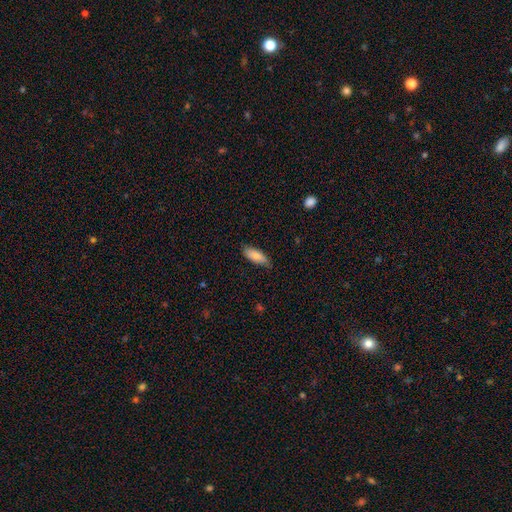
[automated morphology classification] A smooth galaxy with no disk features (82%) that is in between round and cigar-shaped (74%). Merging: none (77%).